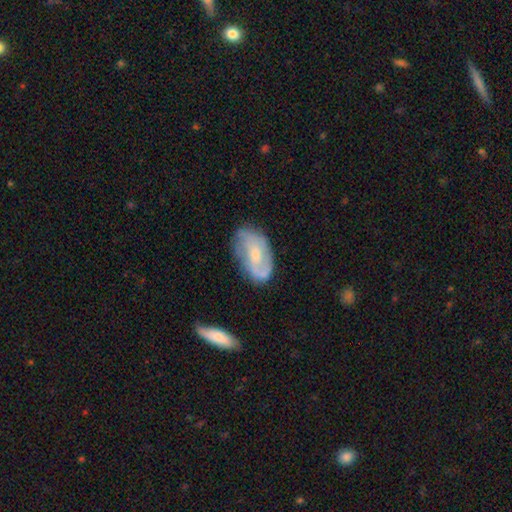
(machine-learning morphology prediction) smooth_or_featured: featured or disk (p=0.61) [alt: smooth p=0.32]
disk_edge_on: no (p=0.94) [alt: yes p=0.06]
bar: no (p=0.53) [alt: weak p=0.38]
has_spiral_arms: yes (p=0.83) [alt: no p=0.17]
bulge_size: small (p=0.52) [alt: moderate p=0.39]
merging: none (p=0.66) [alt: minor disturbance p=0.24]